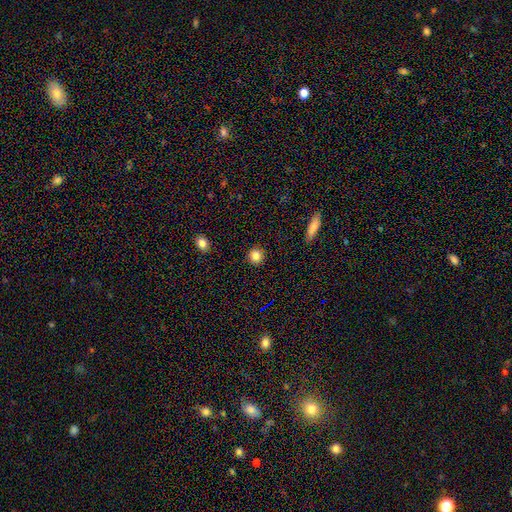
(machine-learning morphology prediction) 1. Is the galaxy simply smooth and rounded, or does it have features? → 84% smooth, 11% star or artifact, 6% featured or disk.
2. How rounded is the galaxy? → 90% round, 8% in between, 1% cigar-shaped.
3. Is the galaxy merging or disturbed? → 92% none, 5% minor disturbance, 2% major disturbance, 1% merger.